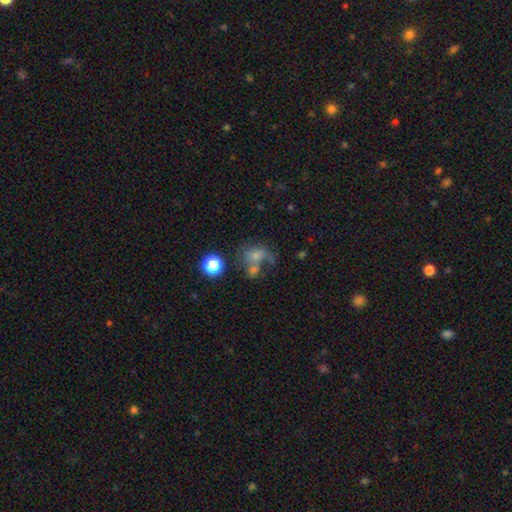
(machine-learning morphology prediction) smooth_or_featured: smooth (p=0.47) [alt: featured or disk p=0.28]
merging: none (p=0.36) [alt: merger p=0.30]